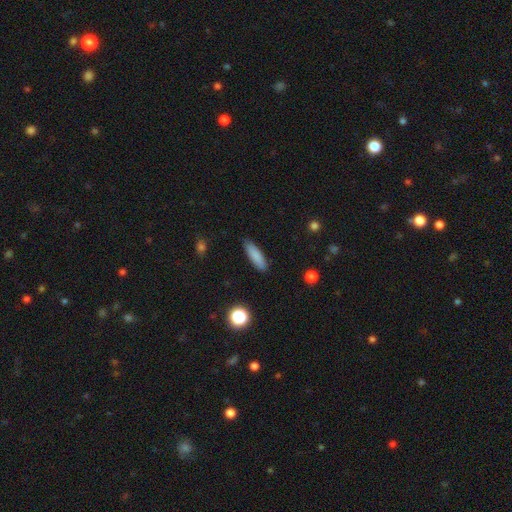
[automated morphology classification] smooth 86%, star or artifact 7%, featured or disk 7%. Down the decision tree: how rounded — cigar-shaped (60%); merging — none (88%).